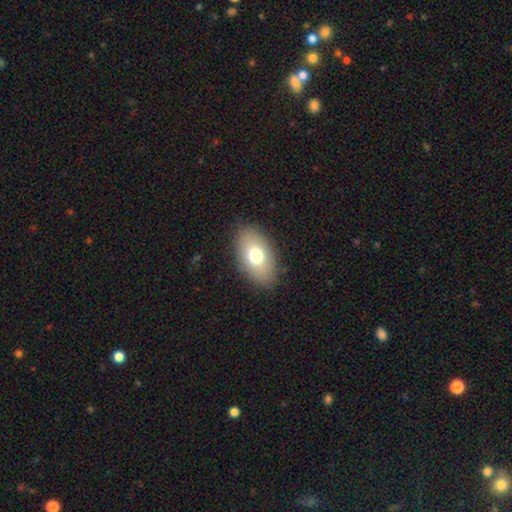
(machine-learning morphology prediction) smooth-or-featured: smooth: 73% | featured or disk: 19% | star or artifact: 9%
  how-rounded: in between: 91% | round: 8% | cigar-shaped: 2%
  merging: none: 86% | minor disturbance: 10% | major disturbance: 3% | merger: 1%